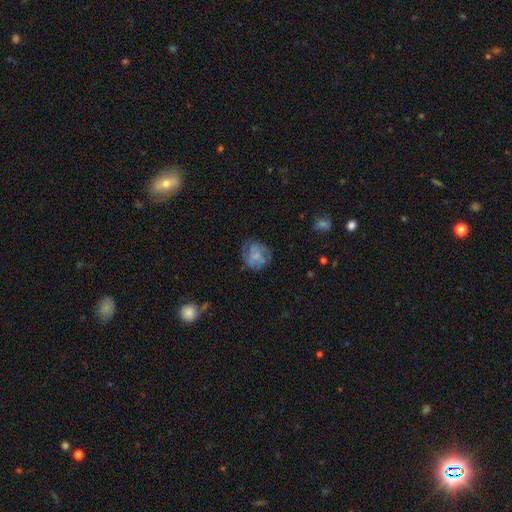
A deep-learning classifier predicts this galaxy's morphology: Overall: featured or disk (51%; smooth 39%). Edge-on disk: no (98%). Bar: no (79%). Spiral arms: yes (57%; no 43%). Bulge size: none (41%; small 36%). Merging: none (61%; minor disturbance 22%).